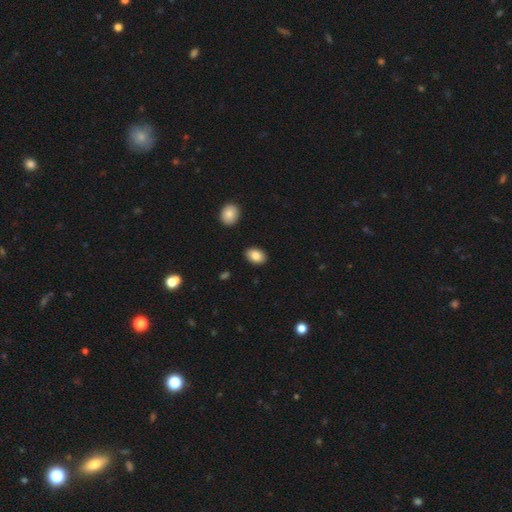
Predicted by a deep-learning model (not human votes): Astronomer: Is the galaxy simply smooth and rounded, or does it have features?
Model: smooth — 85%.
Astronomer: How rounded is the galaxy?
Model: in between — 87%.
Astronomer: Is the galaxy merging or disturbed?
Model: none — 88%.